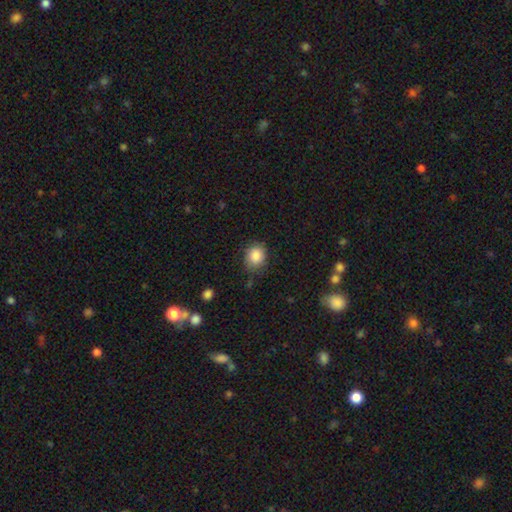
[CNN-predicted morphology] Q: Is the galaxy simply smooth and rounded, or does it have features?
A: smooth — 85%.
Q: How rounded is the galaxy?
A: round — 67%.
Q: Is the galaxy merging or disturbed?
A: none — 77%.